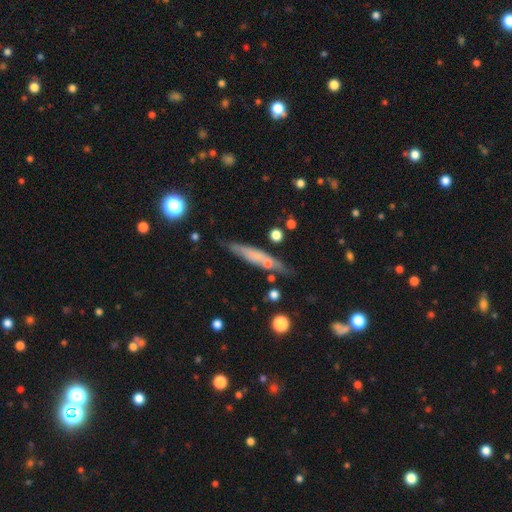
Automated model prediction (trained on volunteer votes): Smooth or featured? smooth (53%)
How rounded? cigar-shaped (87%)
Merging? none (74%)